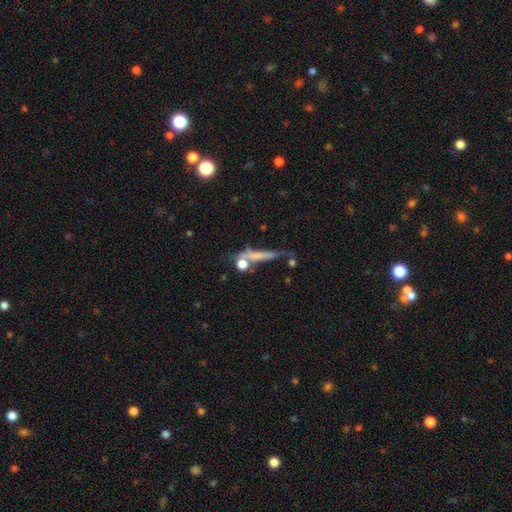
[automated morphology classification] The model was most divided on "smooth or featured": smooth: 51%, featured or disk: 35%, star or artifact: 13%. More confident: how rounded — cigar-shaped (81%); merging — none (55%).